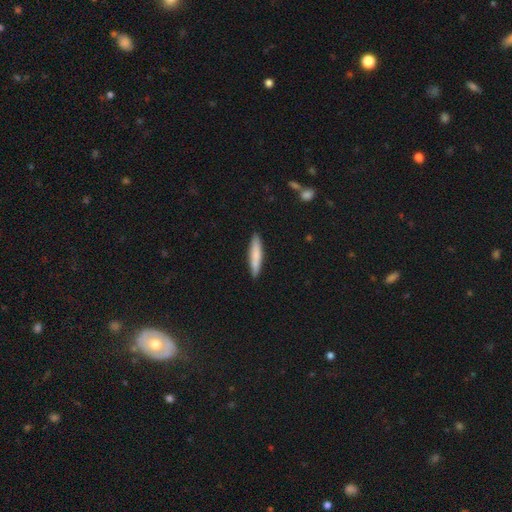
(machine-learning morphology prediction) Overall: smooth (77%). How rounded: cigar-shaped (86%). Merging: none (89%).